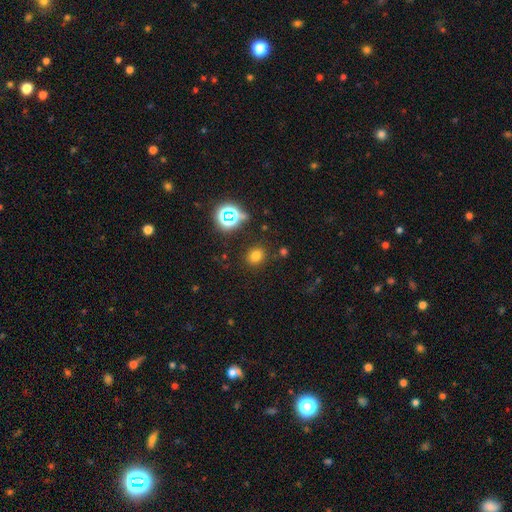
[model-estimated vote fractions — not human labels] Smooth or featured? Predicted: smooth (p=0.71). How rounded? Predicted: round (p=0.68). Merging? Predicted: none (p=0.85).